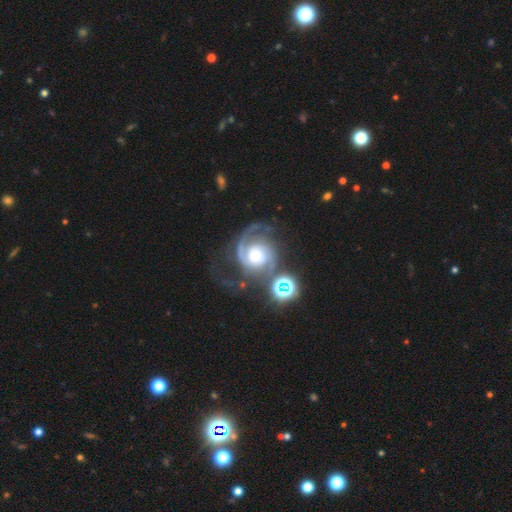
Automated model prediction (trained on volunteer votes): Smooth or featured?
  - featured or disk: 85% *
  - star or artifact: 8%
  - smooth: 7%
Edge-on disk?
  - no: 98% *
  - yes: 2%
Bar?
  - no: 70% *
  - weak: 23%
  - strong: 6%
Spiral arms?
  - yes: 97% *
  - no: 3%
Spiral winding?
  - medium: 45% *
  - tight: 37%
  - loose: 18%
Spiral arm count?
  - 2: 63% *
  - 1: 18%
  - can't tell: 8%
  - 3: 6%
  - 4: 2%
  - more than 4: 2%
Bulge size?
  - moderate: 47% *
  - small: 25%
  - large: 21%
  - dominant: 4%
  - none: 3%
Merging?
  - none: 46% *
  - major disturbance: 26%
  - minor disturbance: 18%
  - merger: 10%